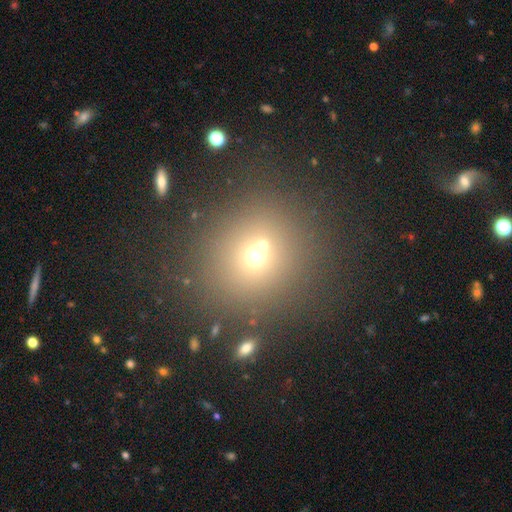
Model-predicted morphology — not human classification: Smooth or featured: smooth — 58% (star or artifact — 28%)
How rounded: round — 88% (in between — 11%)
Merging: none — 63% (merger — 24%)